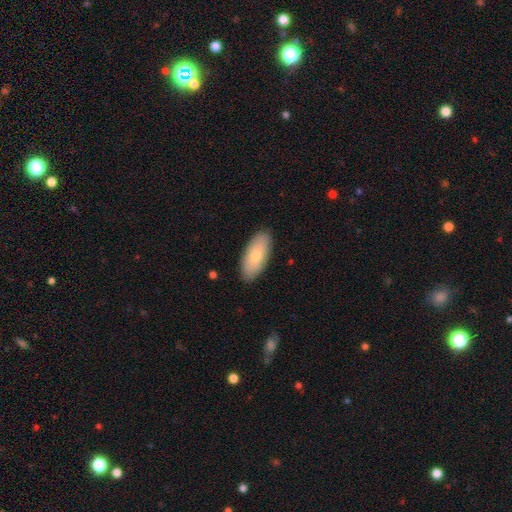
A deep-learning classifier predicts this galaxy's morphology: smooth_or_featured: smooth (p=0.76) [alt: featured or disk p=0.18]
how_rounded: in between (p=0.88) [alt: cigar-shaped p=0.10]
merging: none (p=0.88) [alt: minor disturbance p=0.09]